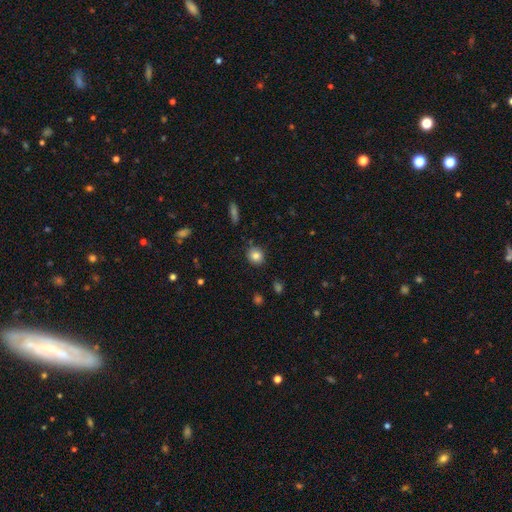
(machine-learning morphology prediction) smooth-or-featured: smooth: 83% | star or artifact: 10% | featured or disk: 7%
  how-rounded: round: 83% | in between: 16% | cigar-shaped: 1%
  merging: none: 85% | minor disturbance: 10% | merger: 2% | major disturbance: 2%